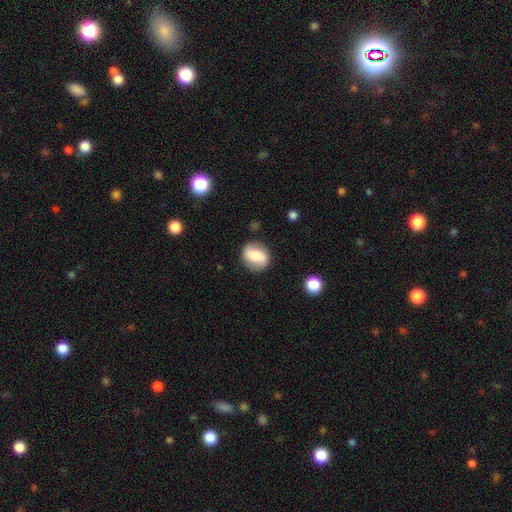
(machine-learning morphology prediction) smooth_or_featured: smooth (p=0.56) [alt: featured or disk p=0.36]
how_rounded: round (p=0.57) [alt: in between p=0.41]
merging: none (p=0.78) [alt: minor disturbance p=0.15]